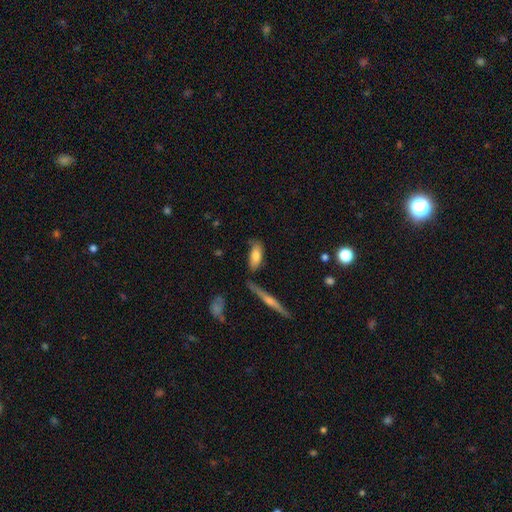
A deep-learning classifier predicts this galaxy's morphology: Smooth or featured? smooth (73%)
How rounded? in between (77%)
Merging? none (68%)